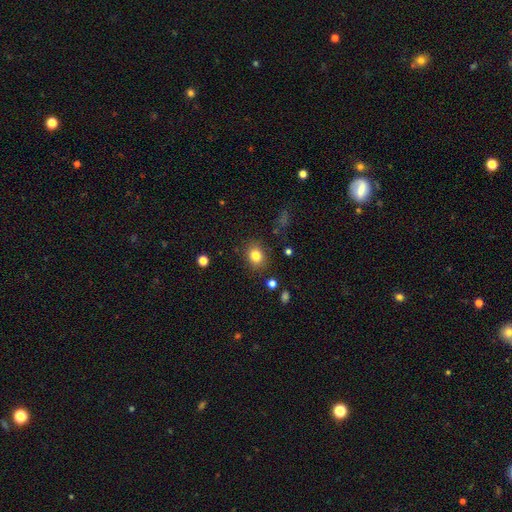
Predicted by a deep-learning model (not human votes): A smooth galaxy with no disk features (82%) that is round (59%).

Vote fractions:
- Smooth or featured? smooth: 82% / star or artifact: 11% / featured or disk: 7%
- How rounded? round: 59% / in between: 40% / cigar-shaped: 1%
- Merging? none: 85% / minor disturbance: 10% / major disturbance: 3% / merger: 2%